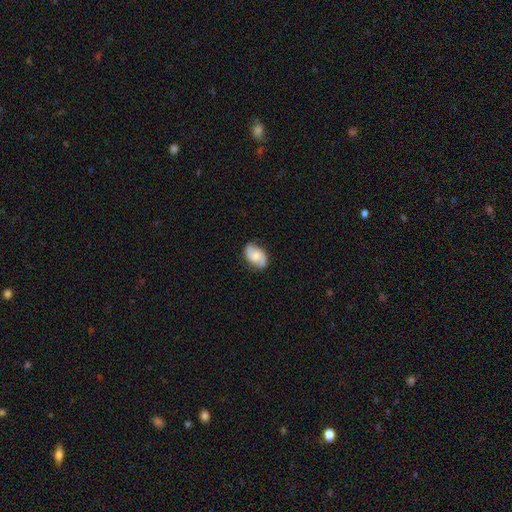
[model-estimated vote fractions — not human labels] The model was most divided on "bulge size": moderate: 49%, small: 37%, none: 7%, large: 5%, dominant: 1%. Remaining: edge-on disk — no (97%); spiral arms — yes (93%); spiral arm count — 2 (90%); merging — none (80%); smooth or featured — featured or disk (63%); bar — no (60%); spiral winding — medium (45%).